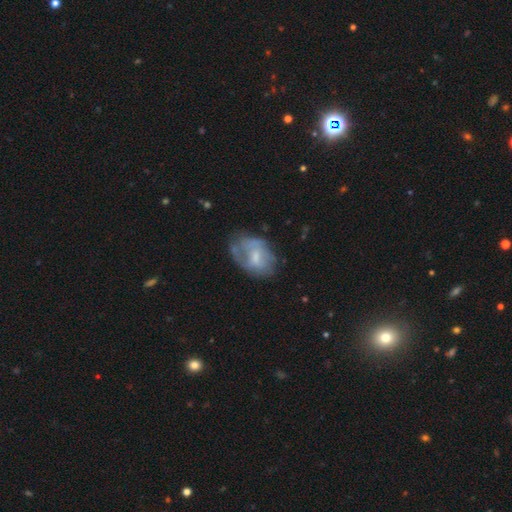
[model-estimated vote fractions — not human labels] Smooth or featured: featured or disk — 55% (smooth — 38%)
Edge-on disk: no — 96% (yes — 4%)
Bar: weak — 47% (no — 44%)
Spiral arms: yes — 51% (no — 49%)
Bulge size: moderate — 41% (small — 38%)
Merging: none — 46% (minor disturbance — 31%)